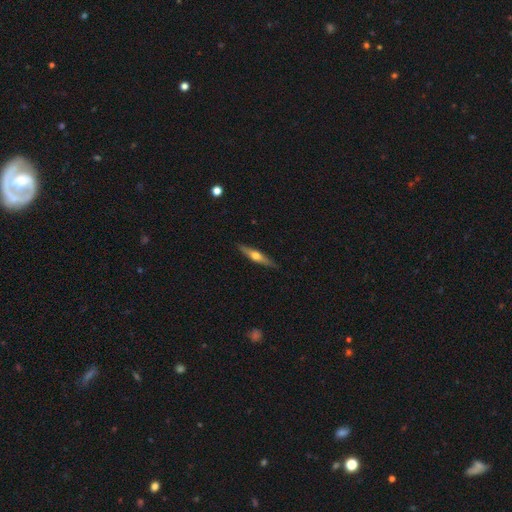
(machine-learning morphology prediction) This appears to be a featured or disk galaxy (61%) viewed edge-on (95%) with a rounded central bulge (92%). Merging: none (88%).